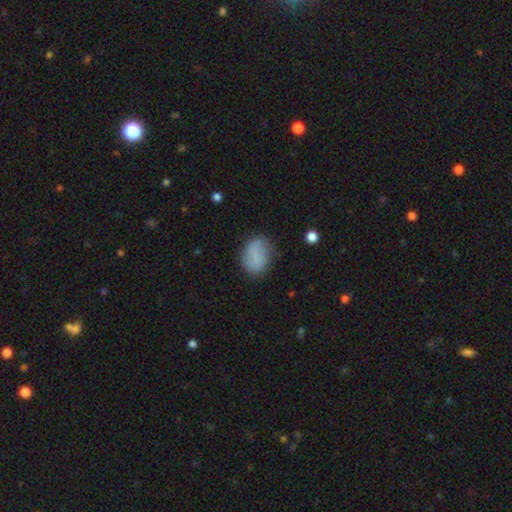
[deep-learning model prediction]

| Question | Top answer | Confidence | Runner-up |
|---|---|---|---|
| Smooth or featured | smooth | 79% | featured or disk (13%) |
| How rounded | in between | 71% | round (27%) |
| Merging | none | 76% | minor disturbance (17%) |